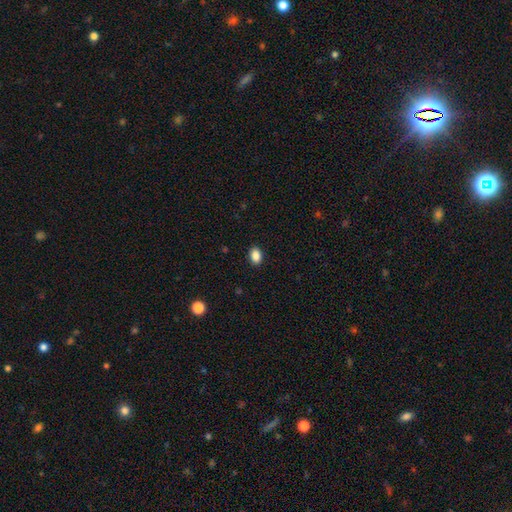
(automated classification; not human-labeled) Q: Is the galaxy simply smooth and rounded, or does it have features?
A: smooth — 88%.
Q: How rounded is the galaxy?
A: in between — 81%.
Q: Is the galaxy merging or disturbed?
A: none — 90%.